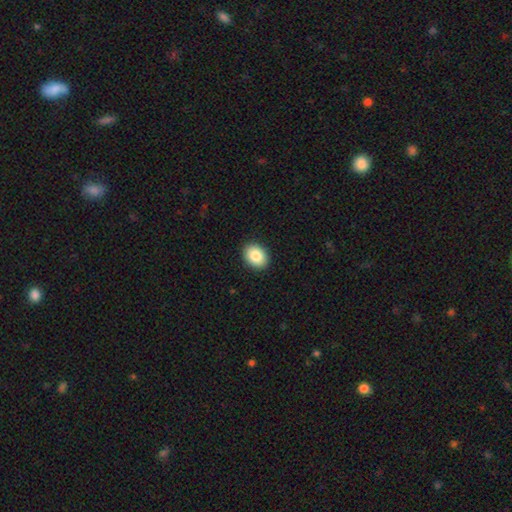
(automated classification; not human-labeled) Smooth or featured?
  - smooth: 86% *
  - star or artifact: 8%
  - featured or disk: 6%
How rounded?
  - in between: 64% *
  - round: 35%
  - cigar-shaped: 1%
Merging?
  - none: 91% *
  - minor disturbance: 6%
  - major disturbance: 2%
  - merger: 1%